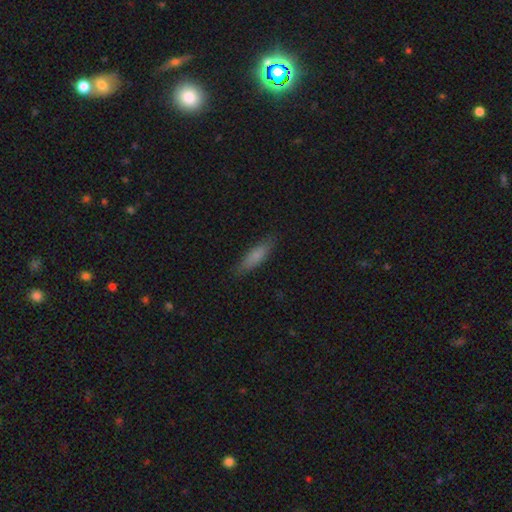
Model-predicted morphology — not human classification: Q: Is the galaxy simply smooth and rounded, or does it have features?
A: smooth — 78%.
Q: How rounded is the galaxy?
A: cigar-shaped — 65%.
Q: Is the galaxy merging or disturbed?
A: none — 84%.